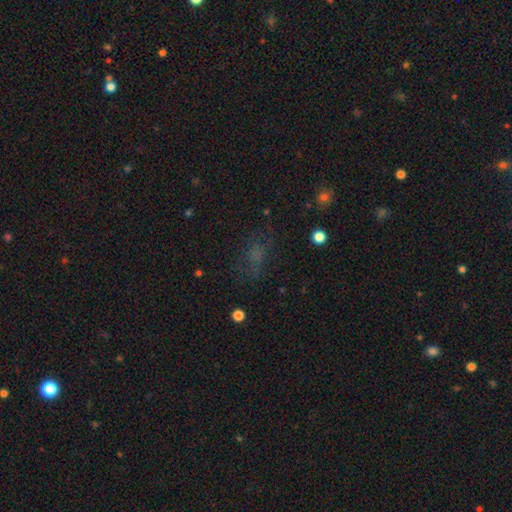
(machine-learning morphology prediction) Overall: smooth (50%; star or artifact 31%). How rounded: in between (72%). Merging: none (60%).